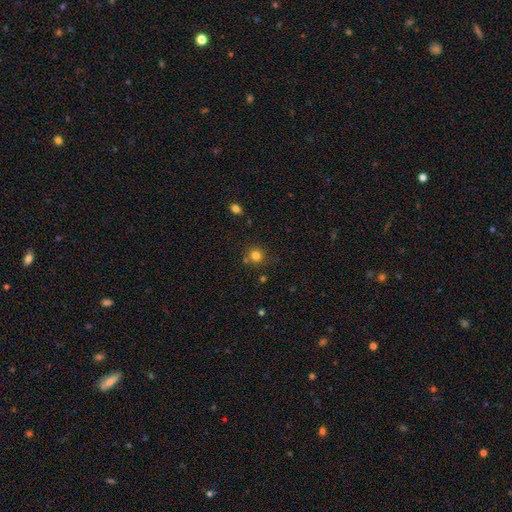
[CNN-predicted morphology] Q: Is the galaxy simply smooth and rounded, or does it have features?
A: smooth — 79%.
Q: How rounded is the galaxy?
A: round — 90%.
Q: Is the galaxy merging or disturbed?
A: none — 76%.